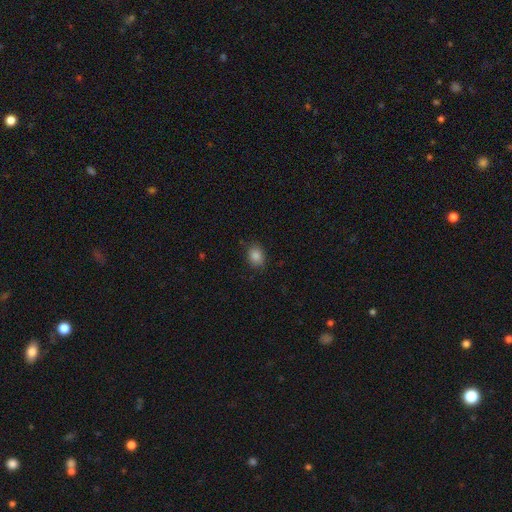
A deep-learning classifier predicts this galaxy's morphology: Q: Smooth or featured?
A: smooth (86%); runner-up: star or artifact (10%)
Q: How rounded?
A: in between (62%); runner-up: round (37%)
Q: Merging?
A: none (83%); runner-up: minor disturbance (13%)